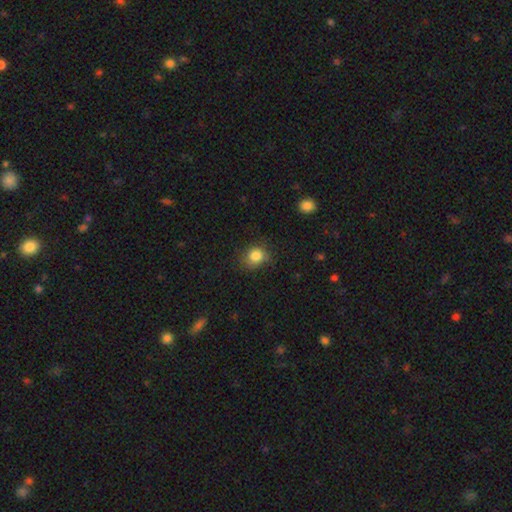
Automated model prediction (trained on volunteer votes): Smooth or featured? Predicted: smooth (p=0.84). How rounded? Predicted: round (p=0.70). Merging? Predicted: none (p=0.72).